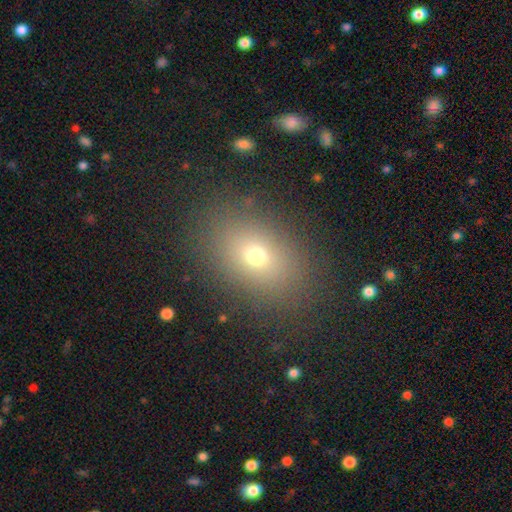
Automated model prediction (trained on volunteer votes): Q: Smooth or featured?
A: smooth (68%); runner-up: star or artifact (18%)
Q: How rounded?
A: in between (72%); runner-up: round (26%)
Q: Merging?
A: none (86%); runner-up: minor disturbance (9%)